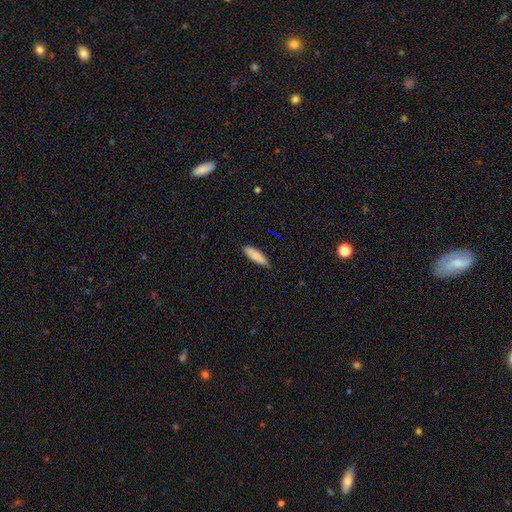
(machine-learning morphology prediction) Smooth or featured: smooth — 85% (featured or disk — 9%)
How rounded: cigar-shaped — 50% (in between — 48%)
Merging: none — 82% (minor disturbance — 15%)